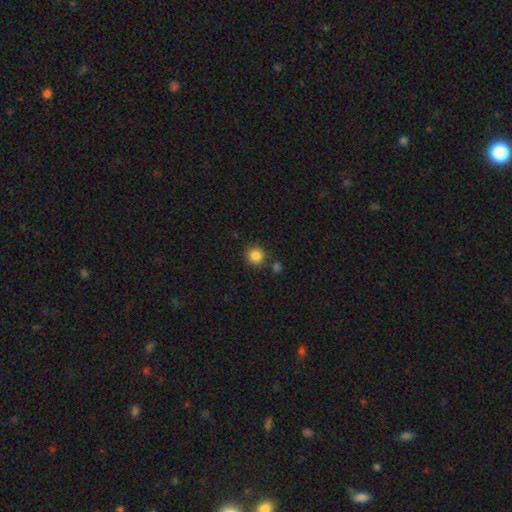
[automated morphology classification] Smooth or featured: smooth — 86% (star or artifact — 10%)
How rounded: round — 92% (in between — 7%)
Merging: none — 81% (minor disturbance — 9%)